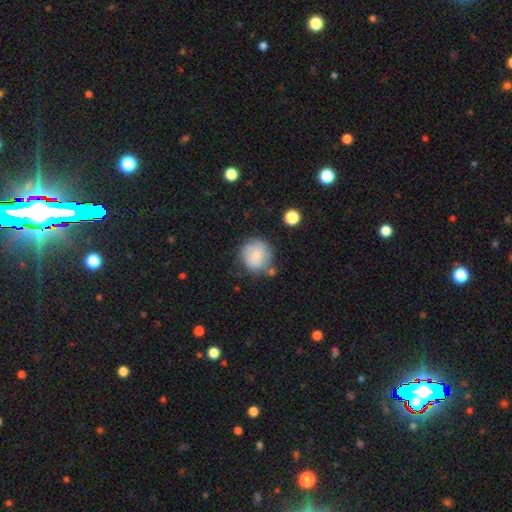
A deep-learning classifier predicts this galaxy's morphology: The model was most divided on "merging": none: 62%, minor disturbance: 23%, major disturbance: 8%, merger: 8%. More confident: how rounded — round (86%); smooth or featured — smooth (72%).